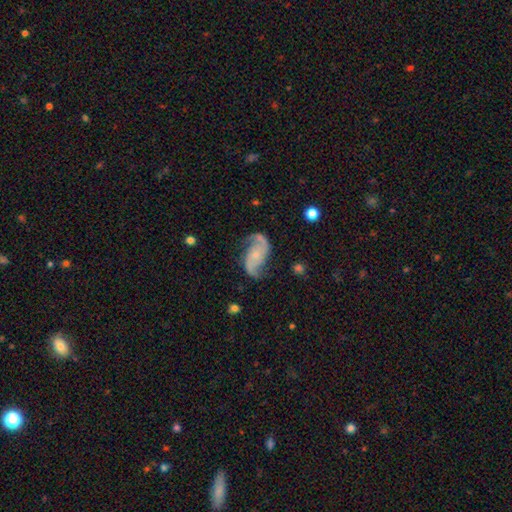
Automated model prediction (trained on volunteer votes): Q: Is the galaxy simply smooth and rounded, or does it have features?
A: featured or disk — 88%.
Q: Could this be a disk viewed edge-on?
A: no — 98%.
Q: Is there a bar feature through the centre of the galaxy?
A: no — 66%.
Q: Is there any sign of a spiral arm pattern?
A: yes — 97%.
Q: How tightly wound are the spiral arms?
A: loose — 52%.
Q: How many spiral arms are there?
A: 2 — 93%.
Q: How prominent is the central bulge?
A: small — 69%.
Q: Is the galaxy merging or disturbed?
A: none — 70%.